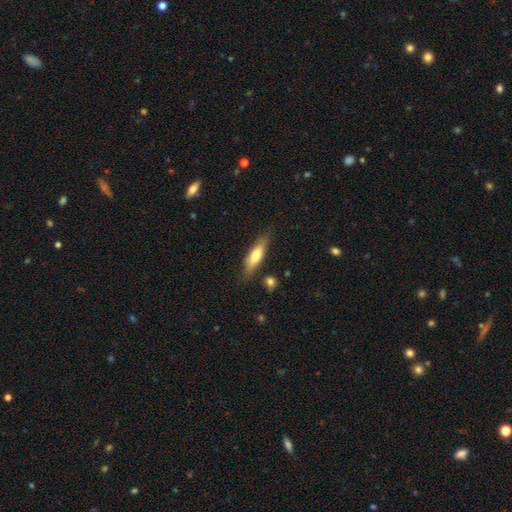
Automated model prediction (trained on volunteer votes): A smooth galaxy with no disk features (56%) that is cigar-shaped (64%). Merging: none (79%).